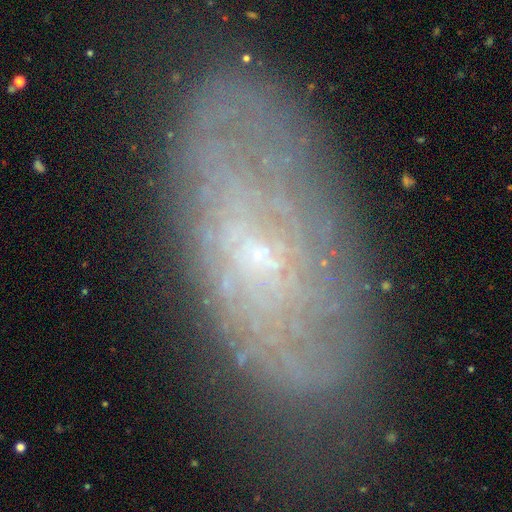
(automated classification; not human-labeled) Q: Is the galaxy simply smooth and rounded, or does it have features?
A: featured or disk — 64%.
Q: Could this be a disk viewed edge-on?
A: no — 90%.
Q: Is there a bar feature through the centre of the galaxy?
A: no — 71%.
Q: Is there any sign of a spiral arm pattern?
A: yes — 62%.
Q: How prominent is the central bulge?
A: small — 80%.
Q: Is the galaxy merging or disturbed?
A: none — 64%.